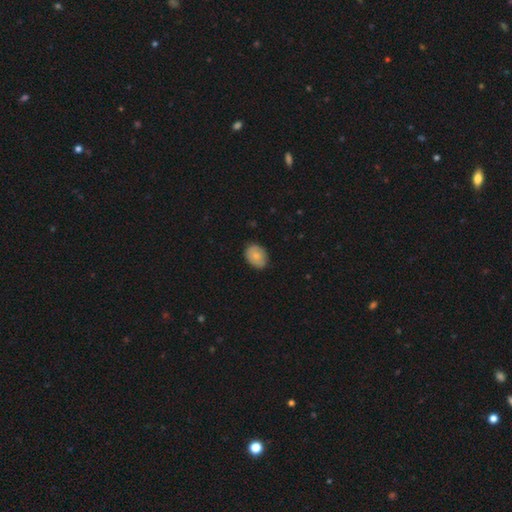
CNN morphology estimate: This is likely a smooth galaxy (79%). How rounded: likely in between (71%). Merging: clearly none (81%).